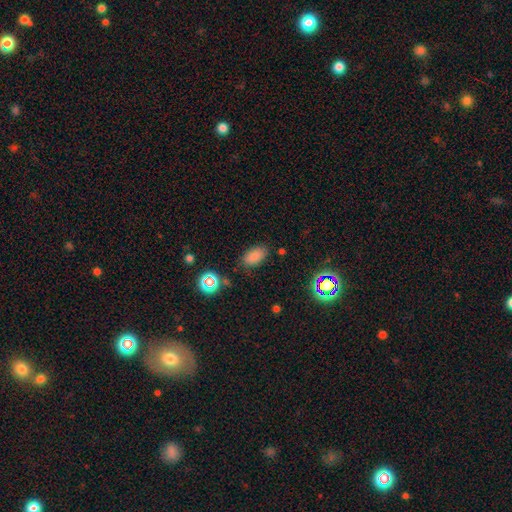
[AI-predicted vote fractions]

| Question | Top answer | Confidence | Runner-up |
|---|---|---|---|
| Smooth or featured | smooth | 79% | star or artifact (14%) |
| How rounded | in between | 91% | round (7%) |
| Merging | none | 80% | minor disturbance (13%) |